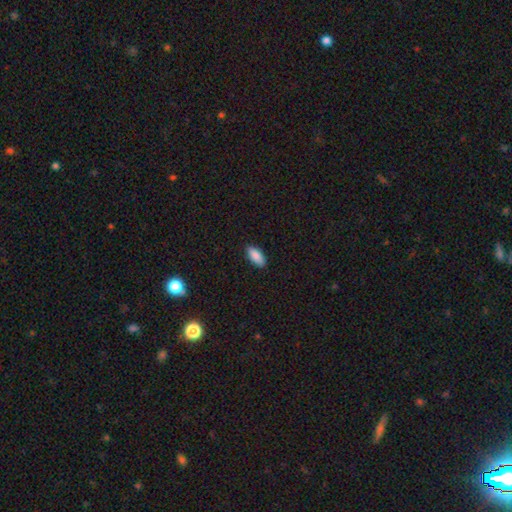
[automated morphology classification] smooth 87%, star or artifact 6%, featured or disk 6%. Down the decision tree: how rounded — in between (87%); merging — none (89%).